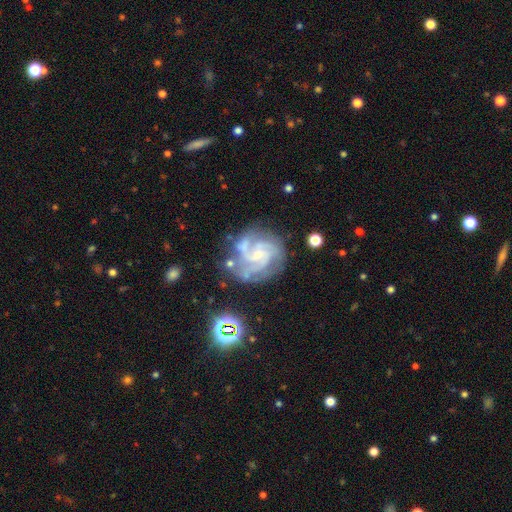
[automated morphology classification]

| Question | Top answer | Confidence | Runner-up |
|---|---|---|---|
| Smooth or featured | featured or disk | 87% | star or artifact (7%) |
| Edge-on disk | no | 98% | yes (2%) |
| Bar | no | 58% | weak (35%) |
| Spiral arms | yes | 97% | no (3%) |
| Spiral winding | tight | 50% | medium (42%) |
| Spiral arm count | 3 | 43% | 4 (16%) |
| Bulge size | small | 68% | moderate (20%) |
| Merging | none | 67% | minor disturbance (19%) |